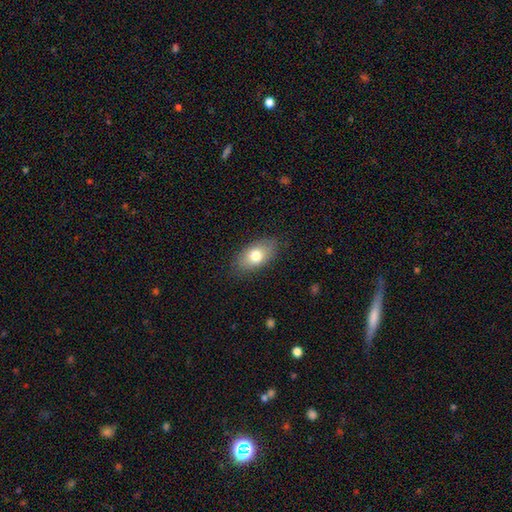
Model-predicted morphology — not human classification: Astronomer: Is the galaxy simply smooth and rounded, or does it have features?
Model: smooth — 76%.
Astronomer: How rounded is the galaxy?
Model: in between — 90%.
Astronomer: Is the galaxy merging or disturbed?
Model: none — 81%.